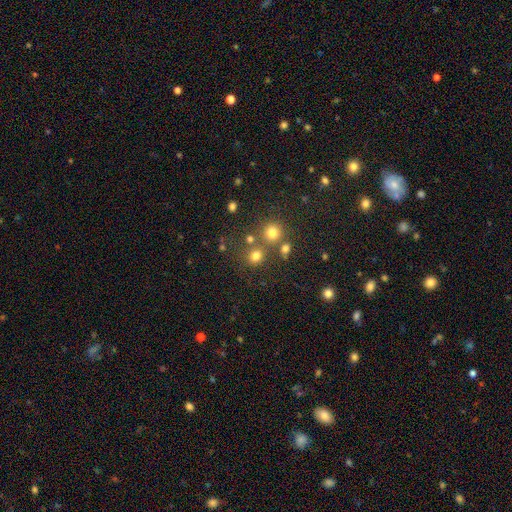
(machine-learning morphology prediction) Smooth or featured: smooth — 74% (star or artifact — 18%)
How rounded: round — 83% (in between — 16%)
Merging: none — 68% (merger — 17%)